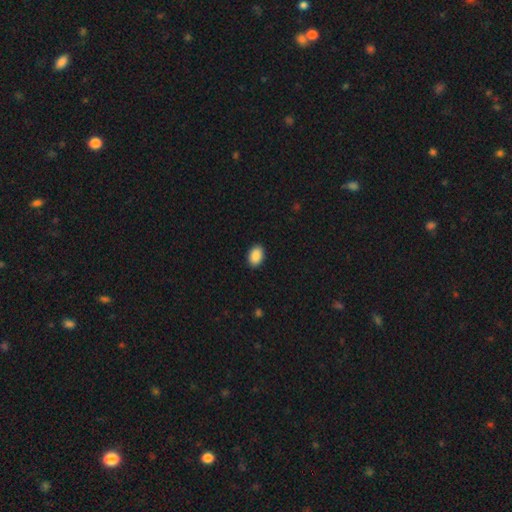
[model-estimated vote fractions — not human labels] smooth_or_featured: smooth (p=0.90) [alt: star or artifact p=0.07]
how_rounded: in between (p=0.84) [alt: round p=0.15]
merging: none (p=0.91) [alt: minor disturbance p=0.07]